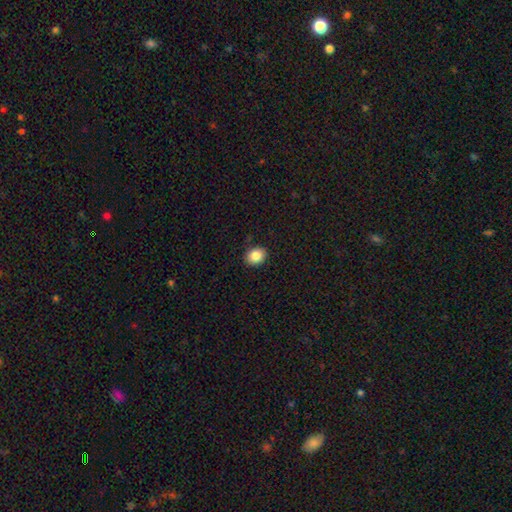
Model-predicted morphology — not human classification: smooth 85%, star or artifact 9%, featured or disk 6%. Down the decision tree: how rounded — round (52%); merging — none (89%).